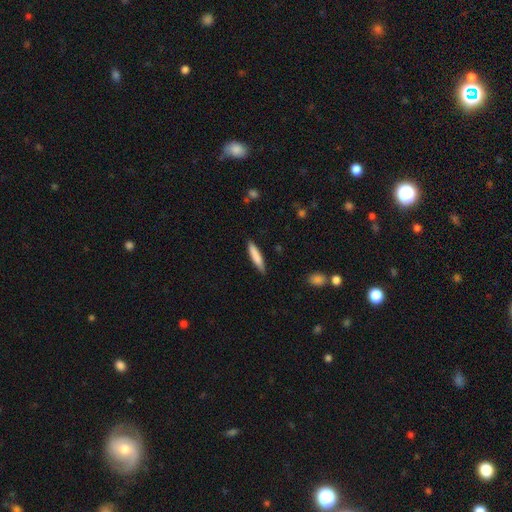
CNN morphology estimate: smooth-or-featured: smooth: 81% | featured or disk: 13% | star or artifact: 6%
  how-rounded: cigar-shaped: 87% | in between: 12% | round: 1%
  merging: none: 85% | minor disturbance: 12% | major disturbance: 2% | merger: 1%